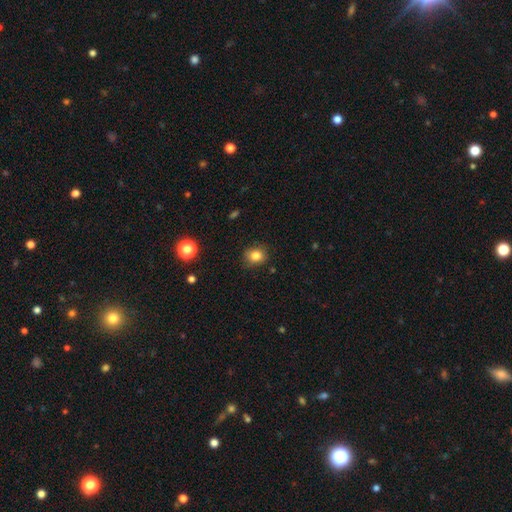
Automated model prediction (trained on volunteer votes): Q: Smooth or featured?
A: smooth (83%); runner-up: star or artifact (11%)
Q: How rounded?
A: round (70%); runner-up: in between (29%)
Q: Merging?
A: none (86%); runner-up: minor disturbance (10%)